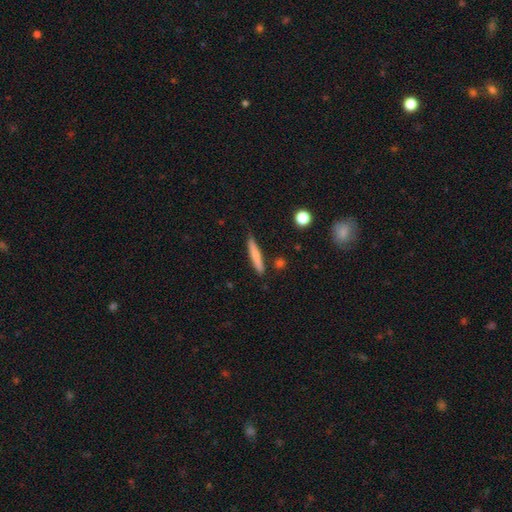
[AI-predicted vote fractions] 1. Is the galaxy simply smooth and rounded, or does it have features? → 68% smooth, 25% featured or disk, 6% star or artifact.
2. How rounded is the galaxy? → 92% cigar-shaped, 6% in between, 2% round.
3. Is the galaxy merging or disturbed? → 83% none, 12% minor disturbance, 2% merger, 2% major disturbance.